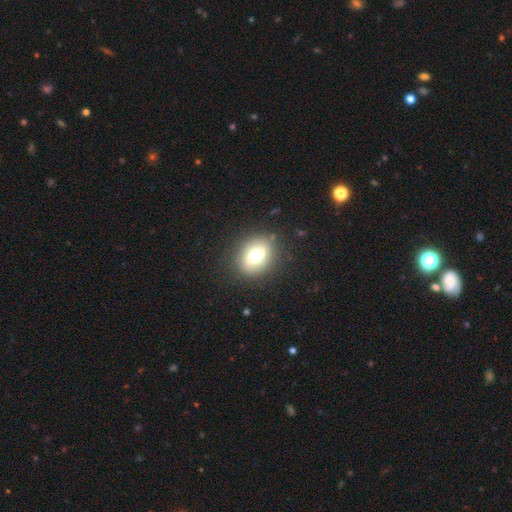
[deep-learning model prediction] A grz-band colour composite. It shows a smooth galaxy with no disk features (64%) that is in between round and cigar-shaped (57%). Merging: none (84%).